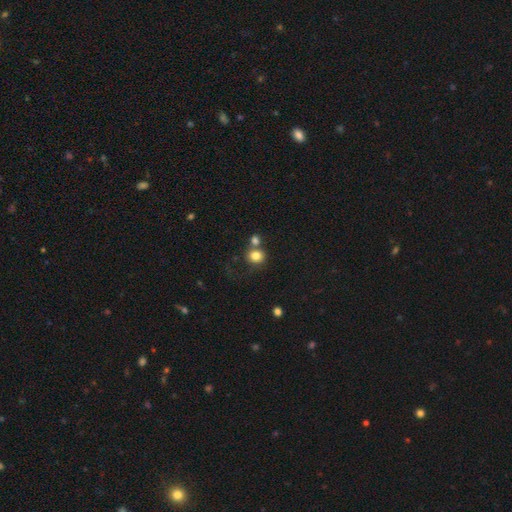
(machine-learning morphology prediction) This appears to be a smooth galaxy with no disk features (81%) that is round (80%). Merging: none (54%).